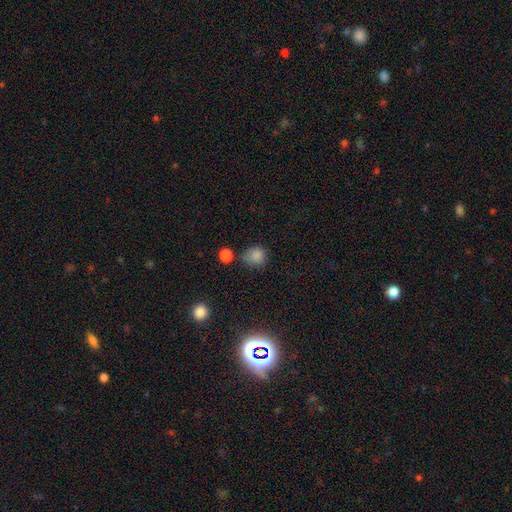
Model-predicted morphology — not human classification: smooth_or_featured: smooth (p=0.83) [alt: star or artifact p=0.12]
how_rounded: round (p=0.76) [alt: in between p=0.23]
merging: none (p=0.63) [alt: minor disturbance p=0.22]